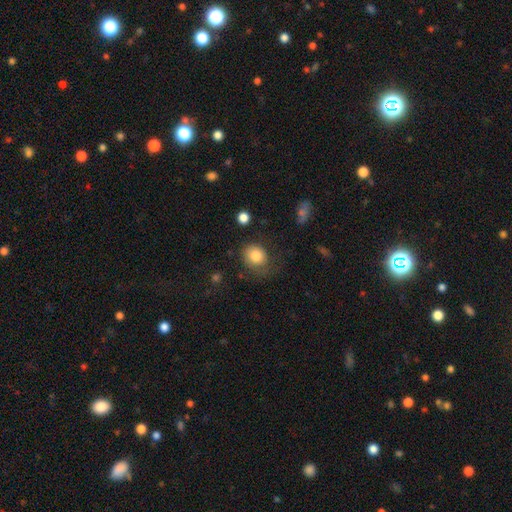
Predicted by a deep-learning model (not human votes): smooth 82%, featured or disk 9%, star or artifact 9%. Down the decision tree: how rounded — round (72%); merging — none (56%).